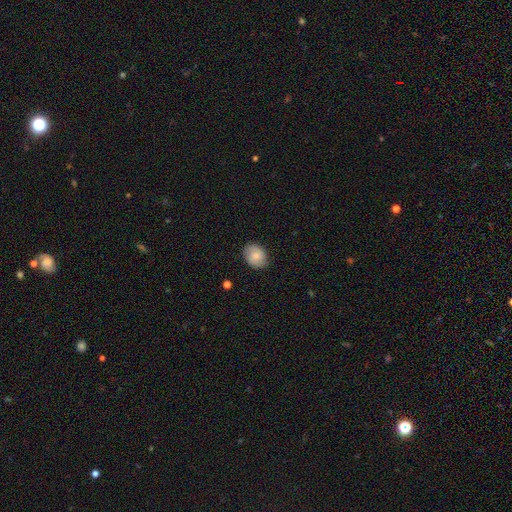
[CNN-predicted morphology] smooth 56%, featured or disk 36%, star or artifact 8%. Down the decision tree: how rounded — round (51%); merging — none (84%).